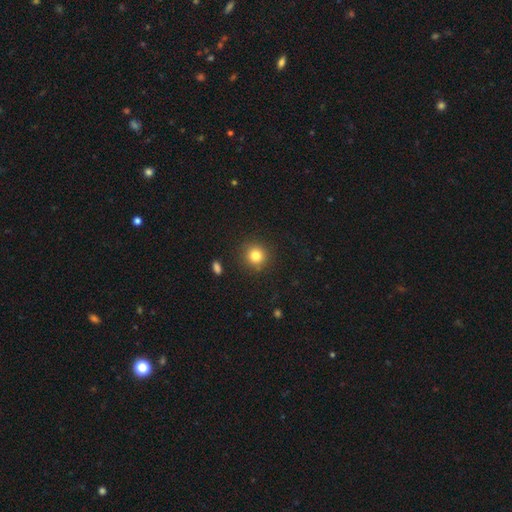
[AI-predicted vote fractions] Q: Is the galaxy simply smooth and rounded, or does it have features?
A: smooth — 82%.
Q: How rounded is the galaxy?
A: round — 92%.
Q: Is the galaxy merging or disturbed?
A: none — 89%.